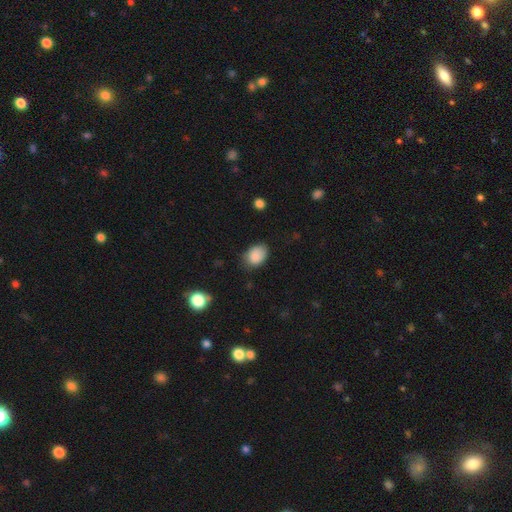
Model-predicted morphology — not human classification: Overall: smooth (87%). How rounded: in between (74%). Merging: none (69%).